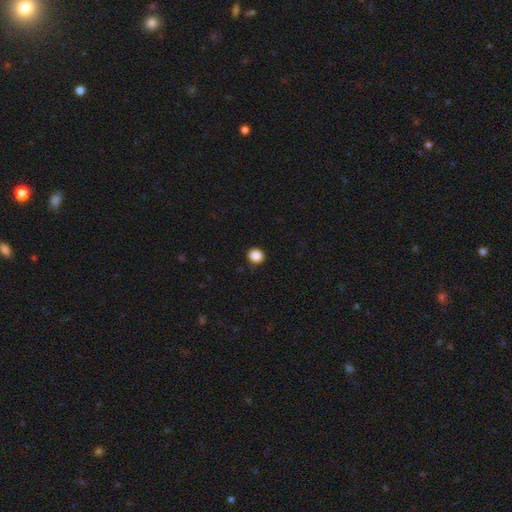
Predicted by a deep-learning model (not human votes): Morphology: type=smooth (88%); roundness=round (84%); merging=none (91%).